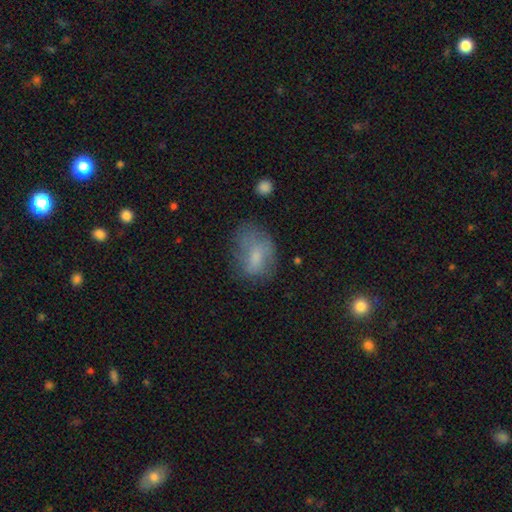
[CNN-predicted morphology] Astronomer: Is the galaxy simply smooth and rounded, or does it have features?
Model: smooth — 64%.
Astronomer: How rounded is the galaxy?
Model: in between — 77%.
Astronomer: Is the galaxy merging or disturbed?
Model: none — 46% (runner-up: minor disturbance, 30%).